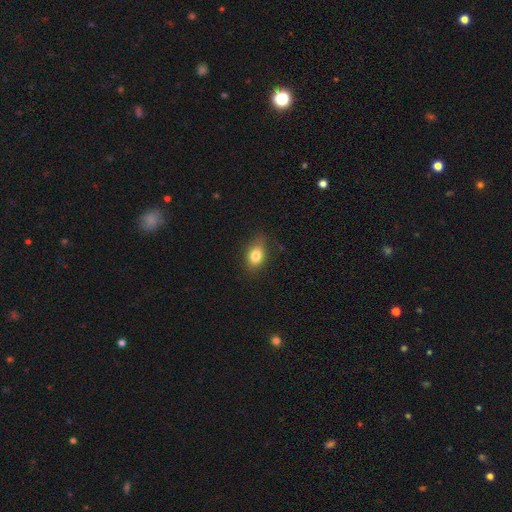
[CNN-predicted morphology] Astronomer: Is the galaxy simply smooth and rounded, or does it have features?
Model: smooth — 80%.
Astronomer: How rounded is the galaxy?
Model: in between — 75%.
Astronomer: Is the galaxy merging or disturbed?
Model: none — 77%.